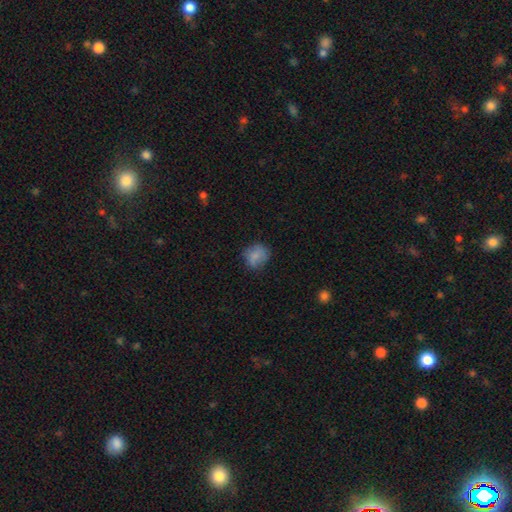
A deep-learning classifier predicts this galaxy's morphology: Smooth or featured: smooth — 79% (star or artifact — 11%)
How rounded: round — 76% (in between — 23%)
Merging: none — 69% (minor disturbance — 22%)